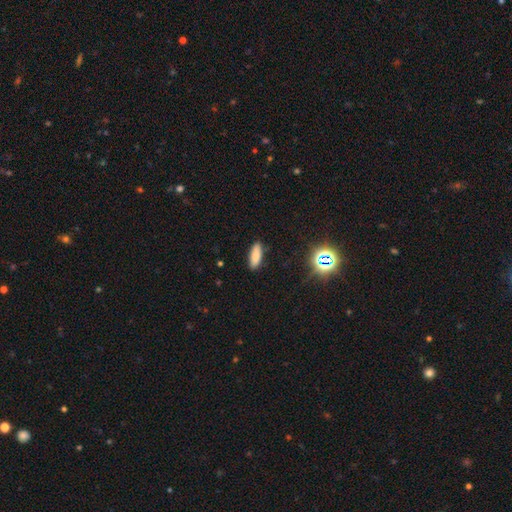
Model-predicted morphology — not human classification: Smooth or featured? Predicted: smooth (p=0.80). How rounded? Predicted: in between (p=0.64). Merging? Predicted: none (p=0.87).